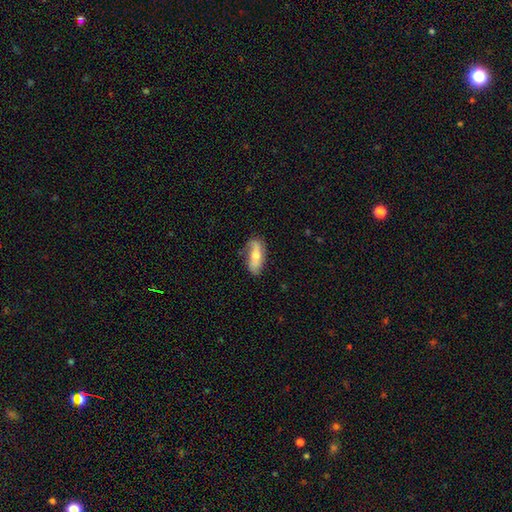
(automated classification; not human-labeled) This appears to be a smooth galaxy with no disk features (47%). Merging: none (61%).